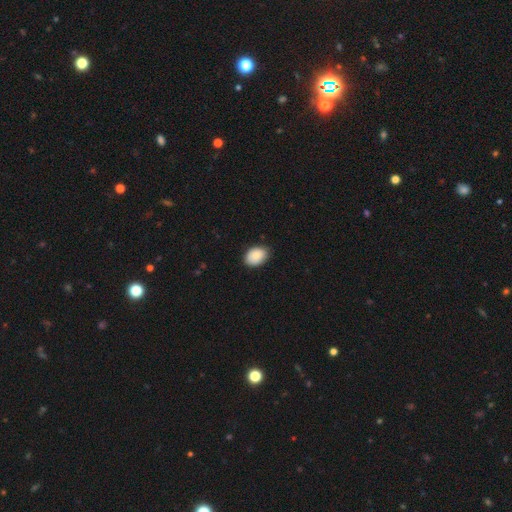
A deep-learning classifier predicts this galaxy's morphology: smooth-or-featured: smooth: 88% | star or artifact: 7% | featured or disk: 5%
  how-rounded: in between: 83% | round: 16% | cigar-shaped: 1%
  merging: none: 84% | minor disturbance: 13% | major disturbance: 2% | merger: 1%